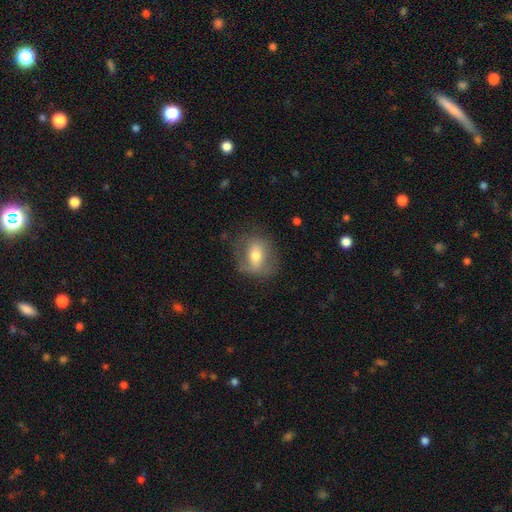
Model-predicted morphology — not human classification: A smooth galaxy with no disk features (52%) that is in between round and cigar-shaped (53%).

Vote fractions:
- Smooth or featured? smooth: 52% / featured or disk: 40% / star or artifact: 8%
- How rounded? in between: 53% / round: 44% / cigar-shaped: 3%
- Merging? none: 68% / minor disturbance: 20% / major disturbance: 10% / merger: 1%